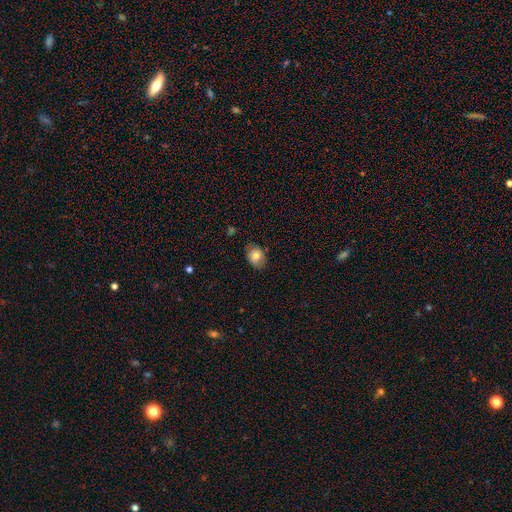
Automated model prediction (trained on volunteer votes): The model was most divided on "how rounded": in between: 67%, round: 32%, cigar-shaped: 1%. More confident: smooth or featured — smooth (78%); merging — none (77%).